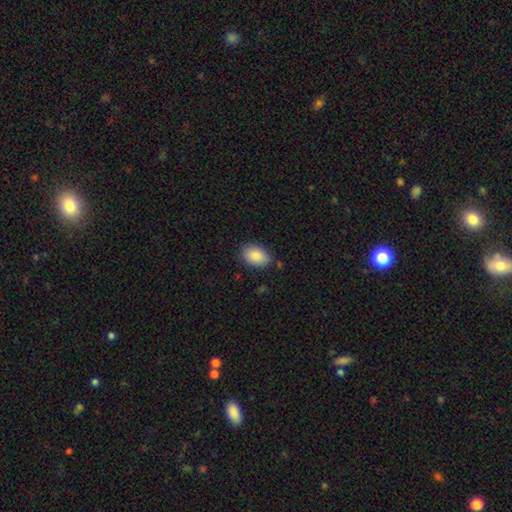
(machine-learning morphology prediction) This appears to be a smooth galaxy with no disk features (88%) that is in between round and cigar-shaped (82%). Merging: none (80%).